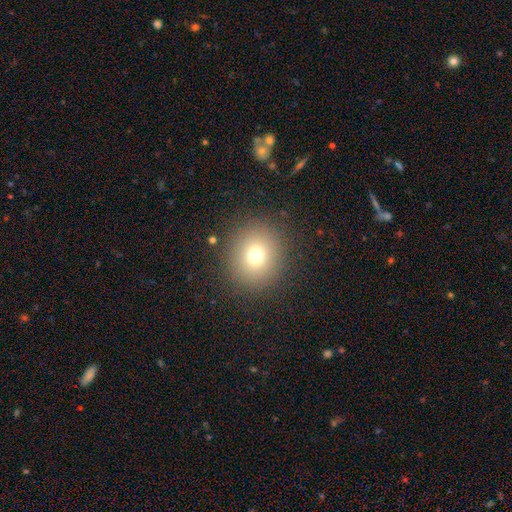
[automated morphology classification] Smooth or featured? Predicted: smooth (p=0.72). How rounded? Predicted: round (p=0.79). Merging? Predicted: none (p=0.88).